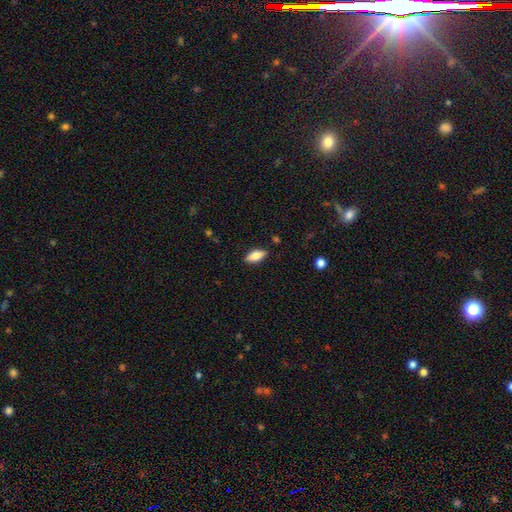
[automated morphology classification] smooth-or-featured: smooth: 77% | featured or disk: 16% | star or artifact: 7%
  how-rounded: in between: 82% | cigar-shaped: 15% | round: 3%
  merging: none: 86% | minor disturbance: 10% | major disturbance: 2% | merger: 1%